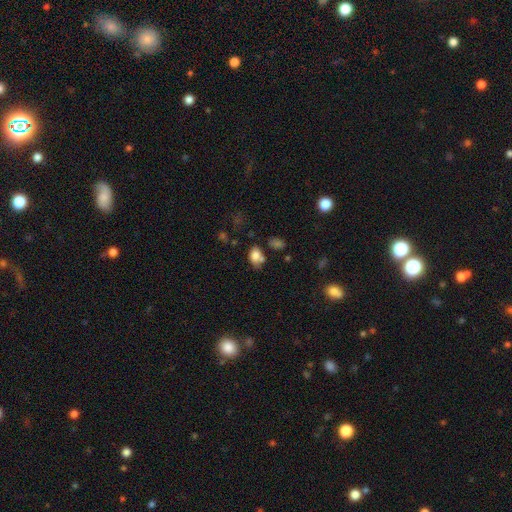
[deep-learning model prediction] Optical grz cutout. It shows a smooth galaxy with no disk features (77%) that is in between round and cigar-shaped (78%). Merging: none (45%).